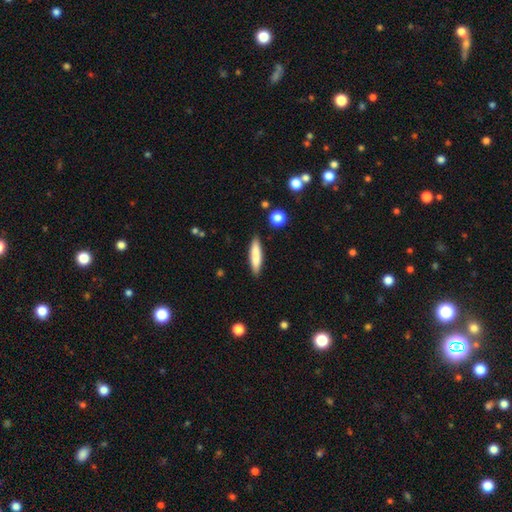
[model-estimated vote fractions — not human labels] Smooth or featured: smooth — 79% (featured or disk — 15%)
How rounded: cigar-shaped — 82% (in between — 16%)
Merging: none — 87% (minor disturbance — 9%)